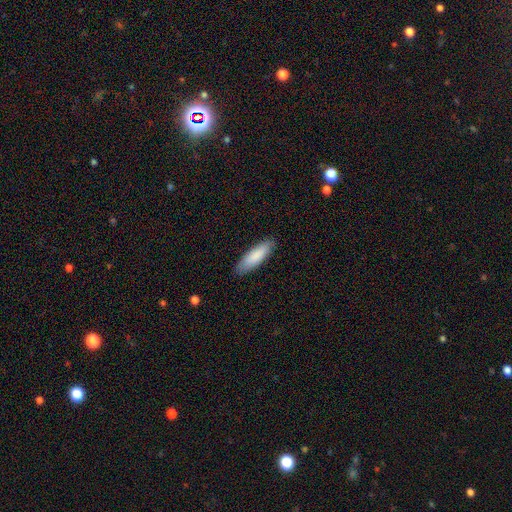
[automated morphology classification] type=smooth (86%); roundness=cigar-shaped (50%); merging=none (87%).